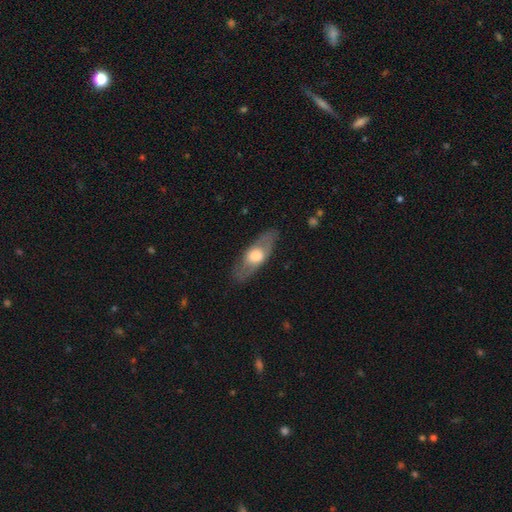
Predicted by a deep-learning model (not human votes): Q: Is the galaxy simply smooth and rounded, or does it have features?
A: featured or disk — 47%, tied with smooth.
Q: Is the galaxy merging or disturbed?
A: none — 81%.